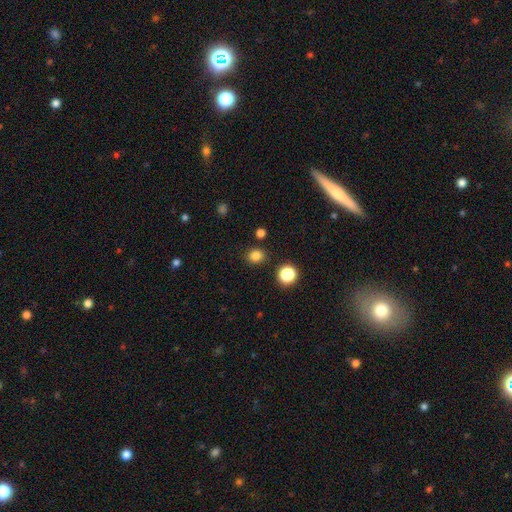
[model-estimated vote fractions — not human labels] Smooth or featured: smooth — 82% (star or artifact — 14%)
How rounded: round — 74% (in between — 25%)
Merging: none — 86% (minor disturbance — 8%)